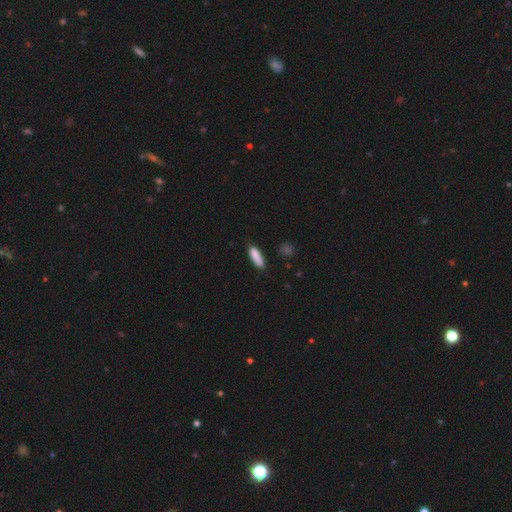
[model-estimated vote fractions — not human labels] This appears to be a smooth galaxy with no disk features (86%) that is cigar-shaped (61%). Merging: none (73%).